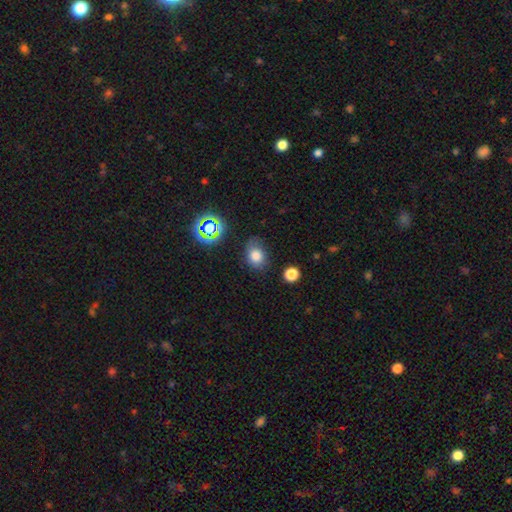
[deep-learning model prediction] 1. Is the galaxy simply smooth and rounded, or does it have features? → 76% smooth, 14% star or artifact, 10% featured or disk.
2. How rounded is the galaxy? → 60% in between, 39% round, 1% cigar-shaped.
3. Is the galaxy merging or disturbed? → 68% none, 23% minor disturbance, 7% major disturbance, 3% merger.